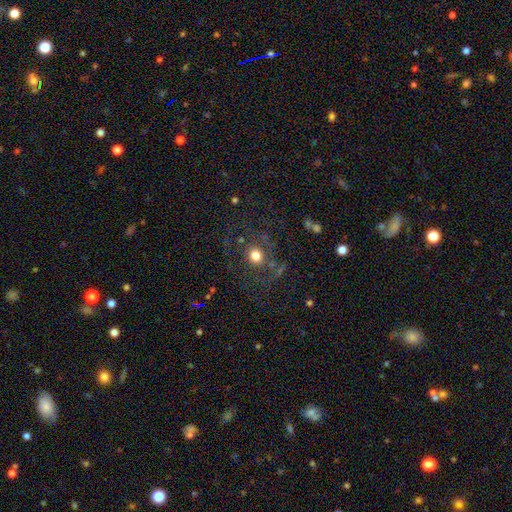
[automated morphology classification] This is likely a smooth galaxy (65%). How rounded: clearly round (83%). Merging: likely none (72%).